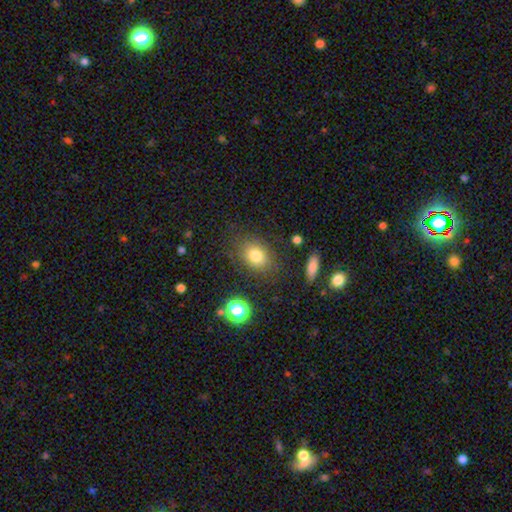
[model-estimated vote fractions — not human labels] smooth 79%, star or artifact 12%, featured or disk 9%. Down the decision tree: how rounded — in between (58%); merging — none (81%).